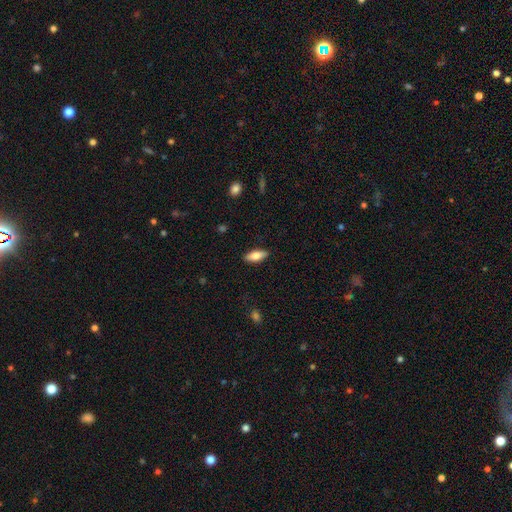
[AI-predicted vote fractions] A smooth galaxy with no disk features (77%) that is in between round and cigar-shaped (76%). Merging: none (88%).